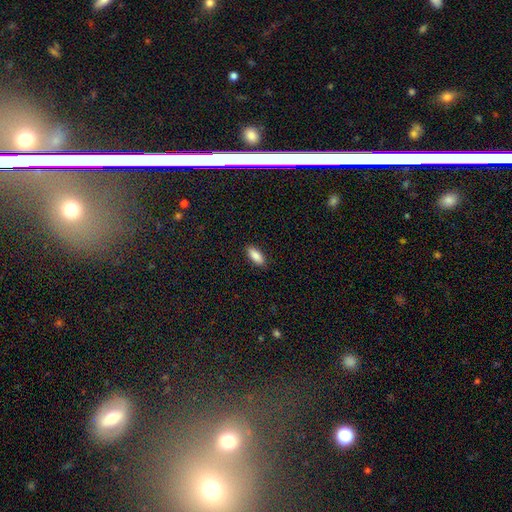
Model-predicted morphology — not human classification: smooth 88%, star or artifact 6%, featured or disk 5%. Down the decision tree: how rounded — in between (83%); merging — none (89%).